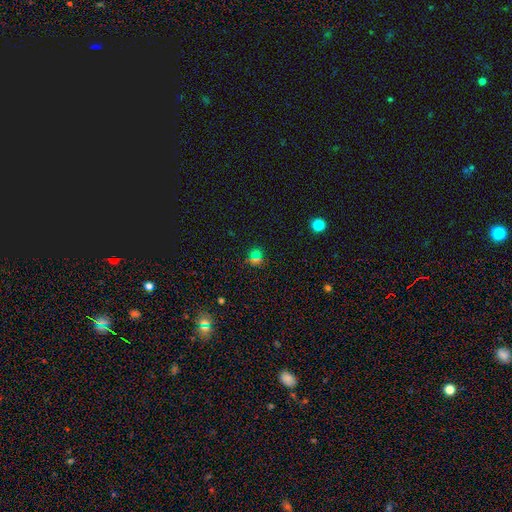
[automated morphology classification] Overall: smooth (56%; star or artifact 33%). How rounded: round (84%). Merging: none (72%).